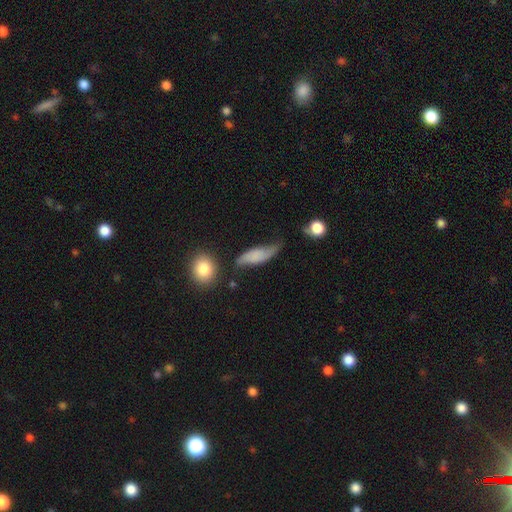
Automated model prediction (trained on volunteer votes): Smooth or featured: smooth — 51% (featured or disk — 41%)
How rounded: in between — 61% (cigar-shaped — 33%)
Merging: none — 42% (minor disturbance — 36%)